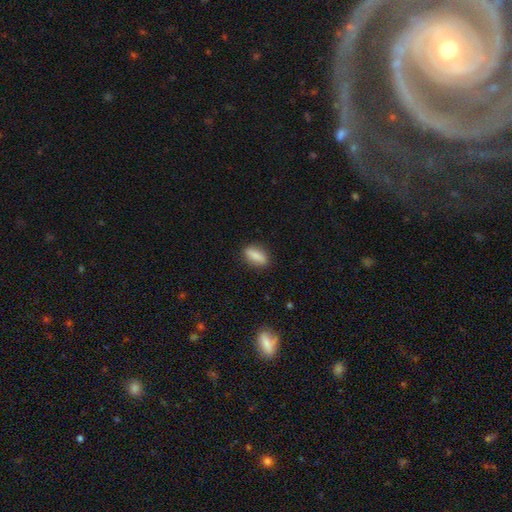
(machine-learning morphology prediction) Q: Smooth or featured?
A: smooth (85%); runner-up: featured or disk (8%)
Q: How rounded?
A: in between (70%); runner-up: cigar-shaped (26%)
Q: Merging?
A: none (87%); runner-up: minor disturbance (10%)